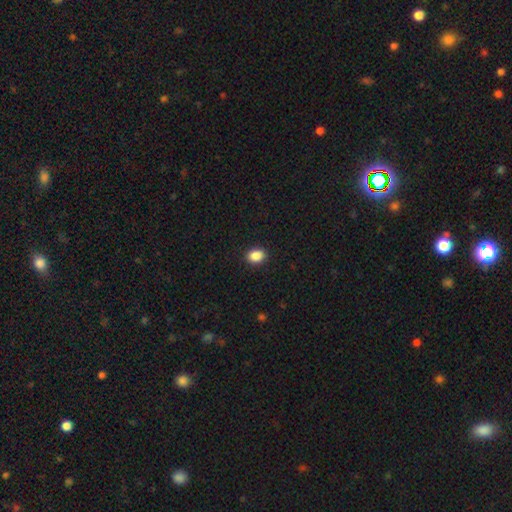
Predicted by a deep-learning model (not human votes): A smooth galaxy with no disk features (89%) that is in between round and cigar-shaped (64%).

Vote fractions:
- Smooth or featured? smooth: 89% / star or artifact: 9% / featured or disk: 3%
- How rounded? in between: 64% / round: 35% / cigar-shaped: 1%
- Merging? none: 90% / minor disturbance: 7% / major disturbance: 2% / merger: 1%